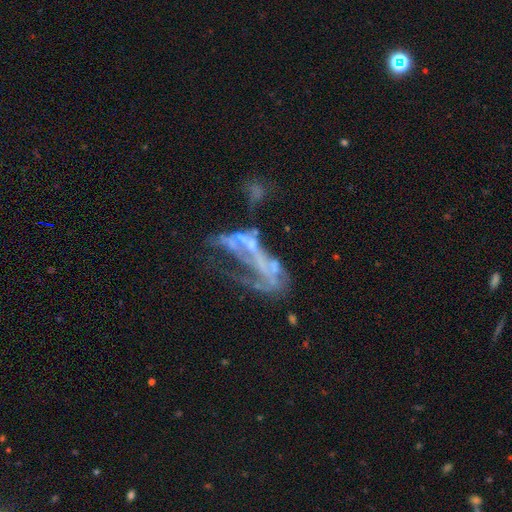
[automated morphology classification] Q: Smooth or featured?
A: featured or disk (64%); runner-up: star or artifact (19%)
Q: Edge-on disk?
A: no (87%); runner-up: yes (13%)
Q: Bar?
A: no (77%); runner-up: weak (13%)
Q: Spiral arms?
A: no (73%); runner-up: yes (27%)
Q: Bulge size?
A: none (62%); runner-up: small (25%)
Q: Merging?
A: major disturbance (40%); runner-up: merger (33%)